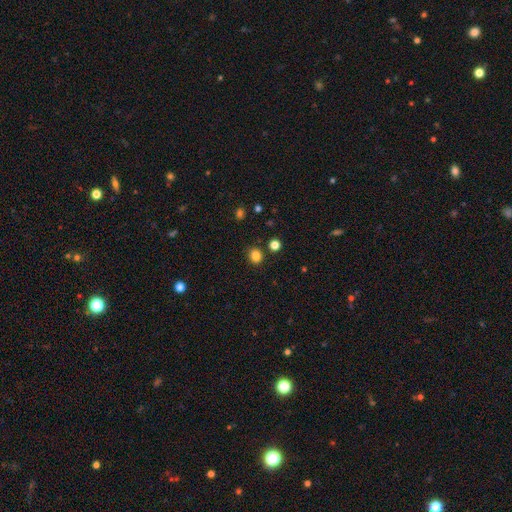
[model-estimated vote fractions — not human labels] Smooth or featured? Predicted: smooth (p=0.83). How rounded? Predicted: round (p=0.69). Merging? Predicted: none (p=0.84).